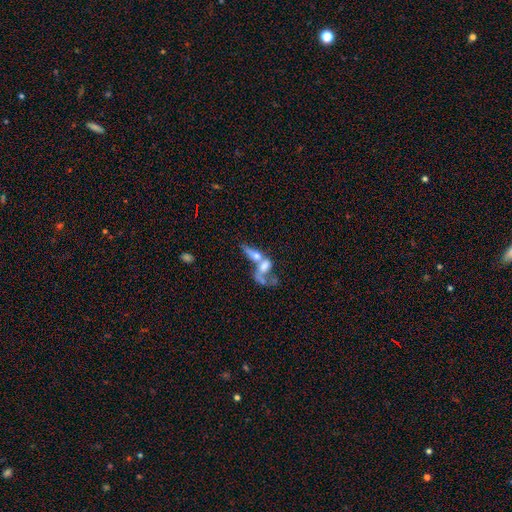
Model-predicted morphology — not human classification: Overall: featured or disk (46%; smooth 43%). Merging: merger (72%).